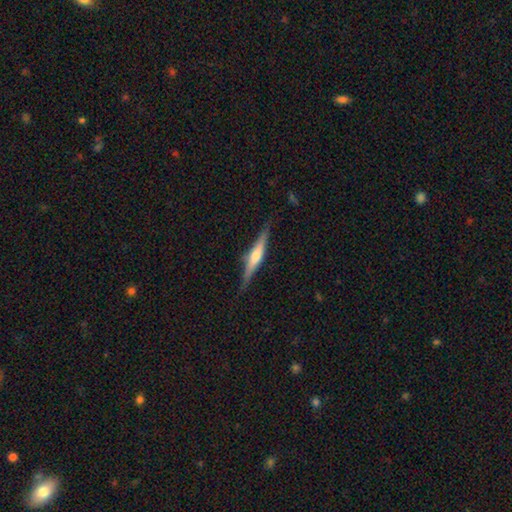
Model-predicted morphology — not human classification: A featured or disk galaxy (65%) viewed edge-on (97%) with a rounded central bulge (76%).

Vote fractions:
- Smooth or featured? featured or disk: 65% / smooth: 29% / star or artifact: 6%
- Edge-on disk? yes: 97% / no: 3%
- Edge-on bulge? rounded: 76% / boxy: 14% / none: 10%
- Merging? none: 86% / minor disturbance: 11% / major disturbance: 2% / merger: 1%